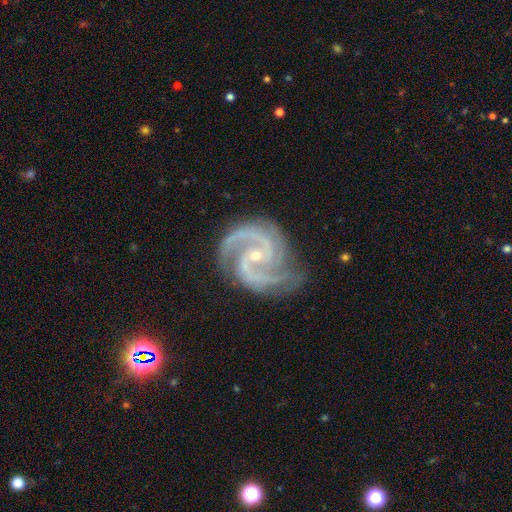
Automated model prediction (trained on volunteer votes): Morphology: type=featured or disk (94%); edge-on=no (98%); bar=no (48%); spiral arms=yes (99%); winding=medium (58%); arm count=2 (66%); bulge=small (77%); merging=none (74%).